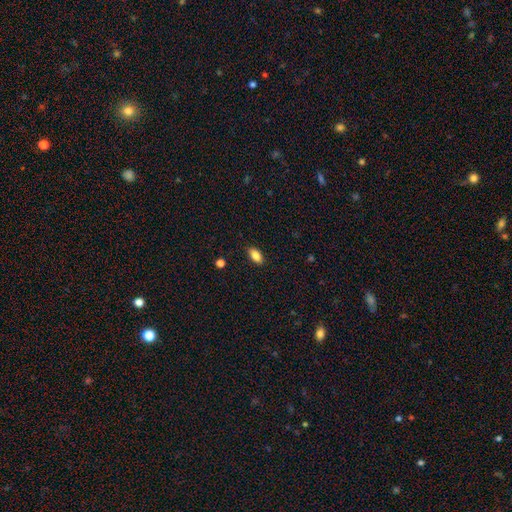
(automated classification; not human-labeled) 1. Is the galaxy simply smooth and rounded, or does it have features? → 83% smooth, 9% featured or disk, 8% star or artifact.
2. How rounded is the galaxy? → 89% in between, 7% cigar-shaped, 4% round.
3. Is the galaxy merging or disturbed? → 88% none, 9% minor disturbance, 2% major disturbance, 1% merger.